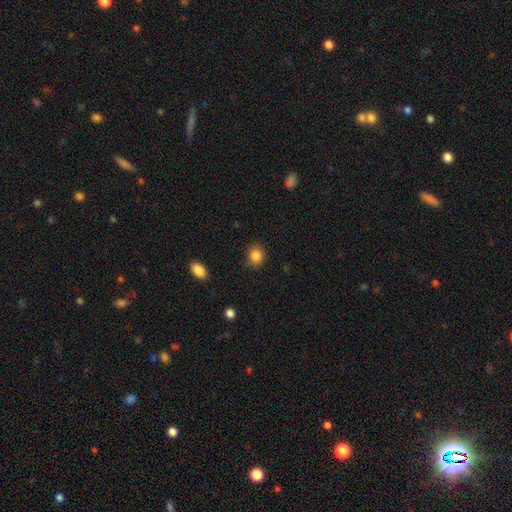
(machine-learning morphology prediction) Q: Smooth or featured?
A: smooth (86%); runner-up: star or artifact (10%)
Q: How rounded?
A: round (70%); runner-up: in between (29%)
Q: Merging?
A: none (78%); runner-up: minor disturbance (17%)